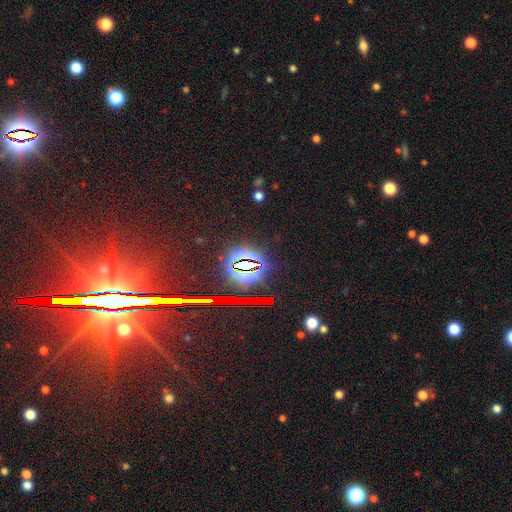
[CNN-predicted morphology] Smooth or featured? Predicted: star or artifact (p=0.80).